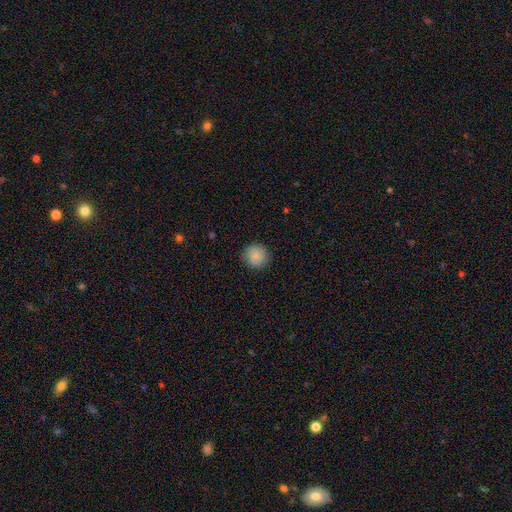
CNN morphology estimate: The model was most divided on "merging": none: 88%, minor disturbance: 9%, major disturbance: 2%, merger: 1%. More confident: how rounded — round (94%); smooth or featured — smooth (87%).